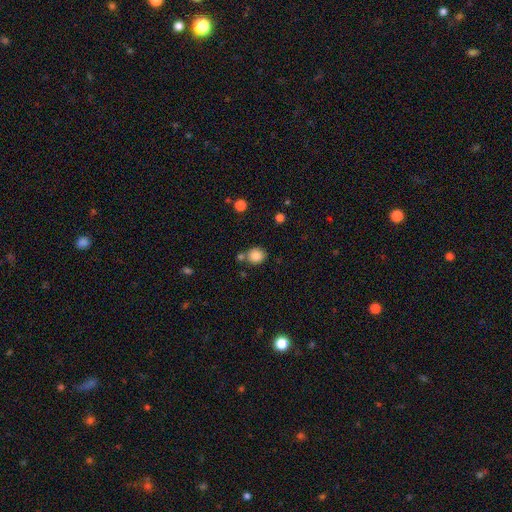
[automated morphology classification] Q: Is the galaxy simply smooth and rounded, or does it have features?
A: smooth — 84%.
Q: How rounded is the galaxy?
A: round — 81%.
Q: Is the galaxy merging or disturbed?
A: none — 70%.